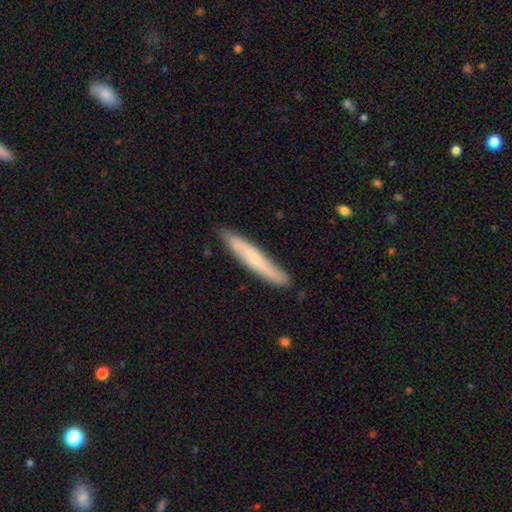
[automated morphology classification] smooth-or-featured: smooth: 55% | featured or disk: 38% | star or artifact: 7%
  how-rounded: cigar-shaped: 94% | in between: 5% | round: 1%
  merging: none: 87% | minor disturbance: 10% | major disturbance: 2% | merger: 1%